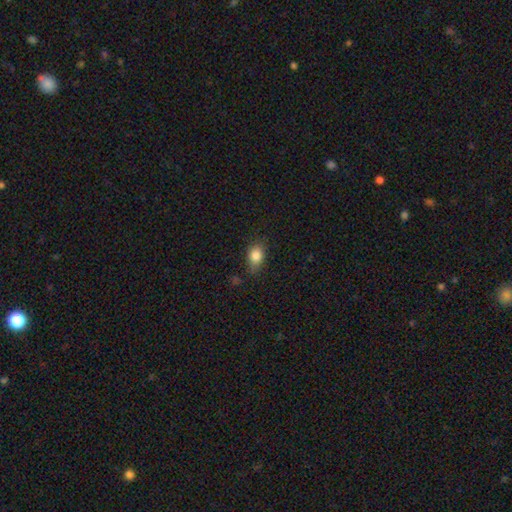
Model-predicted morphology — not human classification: smooth 84%, star or artifact 9%, featured or disk 7%. Down the decision tree: how rounded — in between (68%); merging — none (71%).